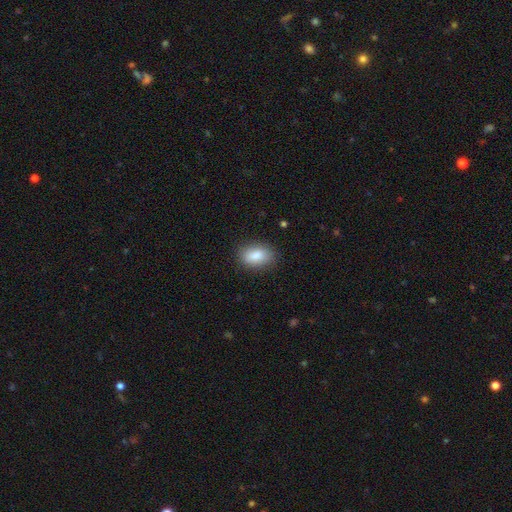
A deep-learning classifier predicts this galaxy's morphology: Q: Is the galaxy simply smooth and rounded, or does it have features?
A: smooth — 86%.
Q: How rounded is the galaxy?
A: in between — 88%.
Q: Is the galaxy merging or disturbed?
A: none — 85%.